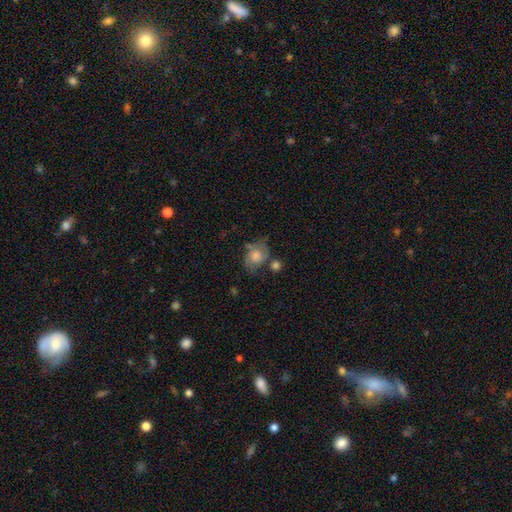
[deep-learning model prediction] A featured or disk galaxy (48%). Merging: none (54%).